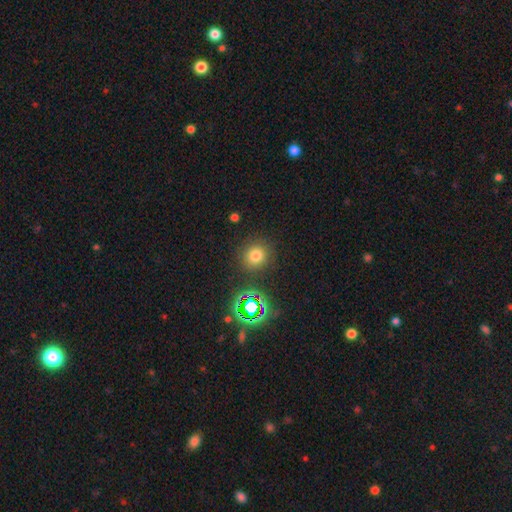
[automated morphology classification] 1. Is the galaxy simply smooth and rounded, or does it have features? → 72% smooth, 21% star or artifact, 7% featured or disk.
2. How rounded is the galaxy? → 88% round, 11% in between, 1% cigar-shaped.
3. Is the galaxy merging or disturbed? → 87% none, 7% minor disturbance, 3% major disturbance, 2% merger.